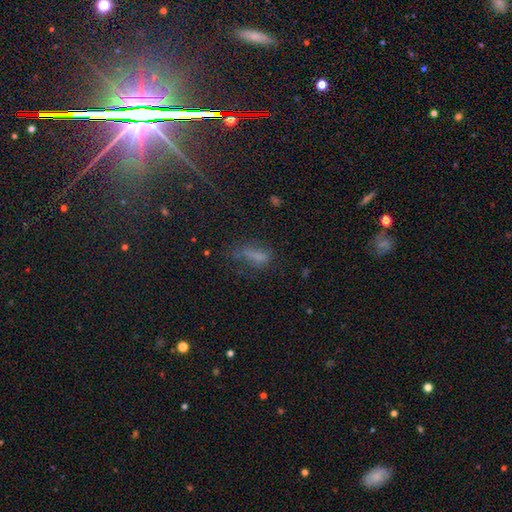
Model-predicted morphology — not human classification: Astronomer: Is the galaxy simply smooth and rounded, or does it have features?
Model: smooth — 54%.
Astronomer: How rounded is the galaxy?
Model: in between — 65%.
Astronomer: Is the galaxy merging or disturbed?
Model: none — 42% (runner-up: major disturbance, 27%).